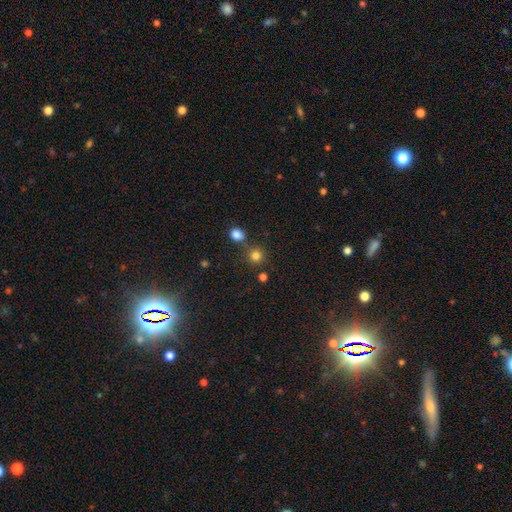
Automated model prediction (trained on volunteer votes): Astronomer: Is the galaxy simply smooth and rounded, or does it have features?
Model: smooth — 79%.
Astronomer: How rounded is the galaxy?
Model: round — 90%.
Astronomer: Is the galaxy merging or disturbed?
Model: none — 73%.